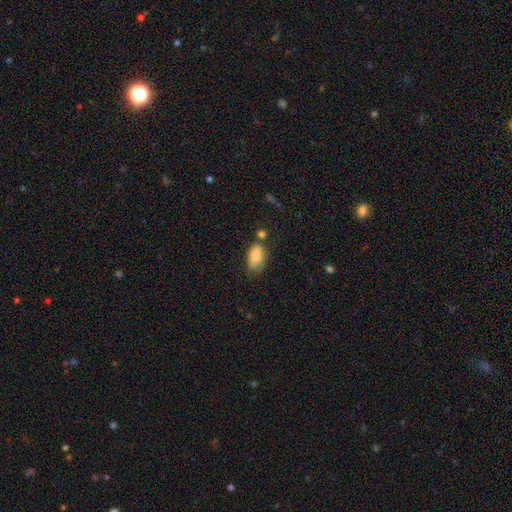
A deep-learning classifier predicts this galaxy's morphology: Smooth or featured: smooth — 80% (featured or disk — 12%)
How rounded: in between — 90% (round — 7%)
Merging: none — 57% (minor disturbance — 24%)